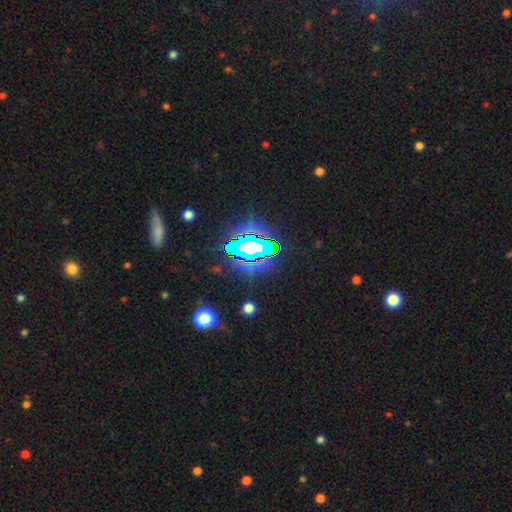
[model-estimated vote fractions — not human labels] smooth_or_featured: star or artifact (p=0.77) [alt: smooth p=0.13]